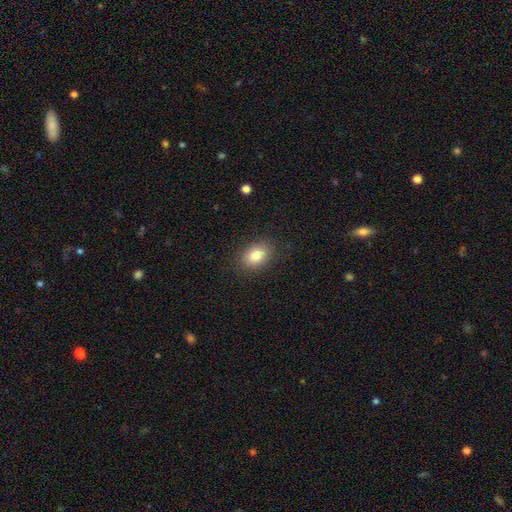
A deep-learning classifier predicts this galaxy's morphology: Smooth or featured? smooth (82%)
How rounded? in between (77%)
Merging? none (87%)